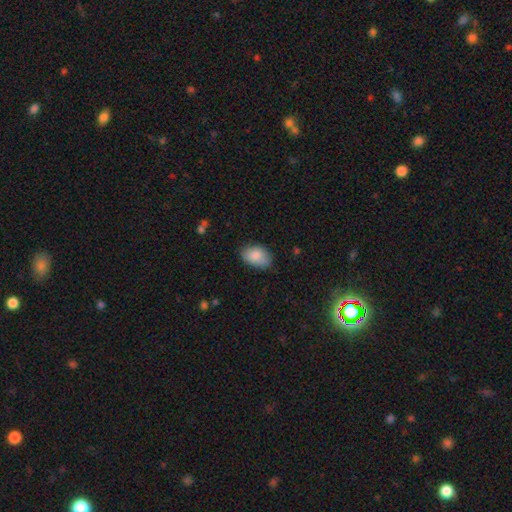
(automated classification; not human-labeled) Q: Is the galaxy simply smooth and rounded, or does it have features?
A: smooth — 86%.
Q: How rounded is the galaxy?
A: in between — 88%.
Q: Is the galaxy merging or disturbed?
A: none — 75%.